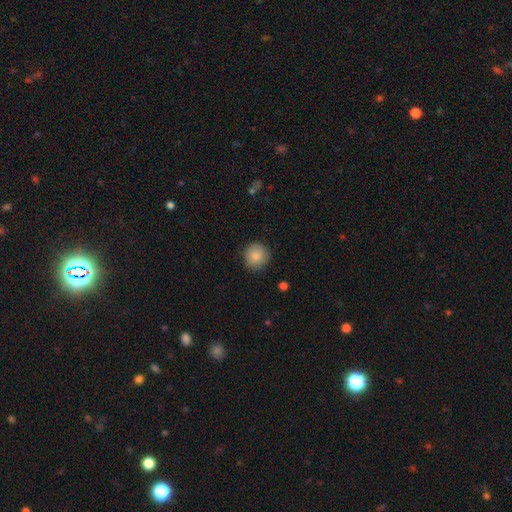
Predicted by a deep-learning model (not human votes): This is clearly a smooth galaxy (85%). How rounded: clearly round (94%). Merging: clearly none (88%).